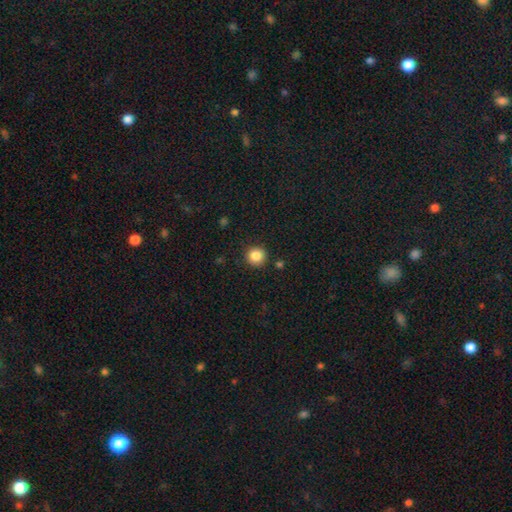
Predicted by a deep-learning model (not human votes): This appears to be a smooth galaxy with no disk features (86%) that is round (93%). Merging: none (90%).